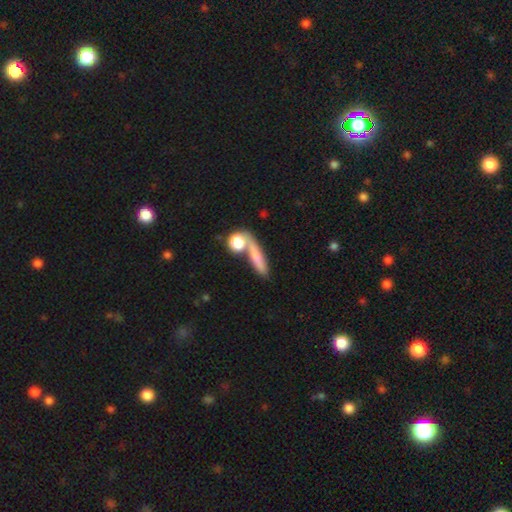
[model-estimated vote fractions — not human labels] The model was most divided on "merging": none: 55%, merger: 25%, minor disturbance: 12%, major disturbance: 7%. More confident: smooth or featured — smooth (72%); how rounded — cigar-shaped (53%).